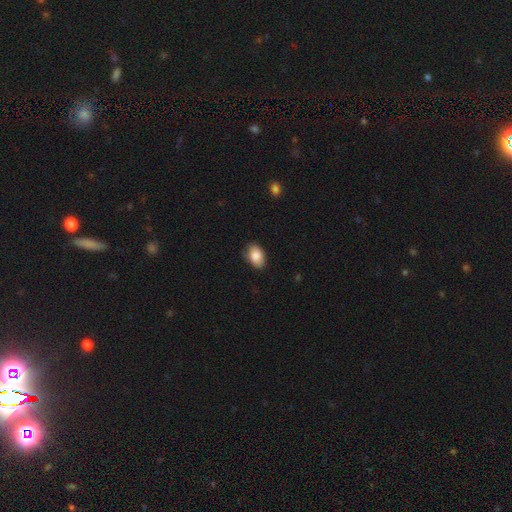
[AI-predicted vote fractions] A smooth galaxy with no disk features (86%) that is in between round and cigar-shaped (89%).

Vote fractions:
- Smooth or featured? smooth: 86% / featured or disk: 7% / star or artifact: 7%
- How rounded? in between: 89% / round: 10% / cigar-shaped: 1%
- Merging? none: 80% / minor disturbance: 16% / major disturbance: 3% / merger: 1%